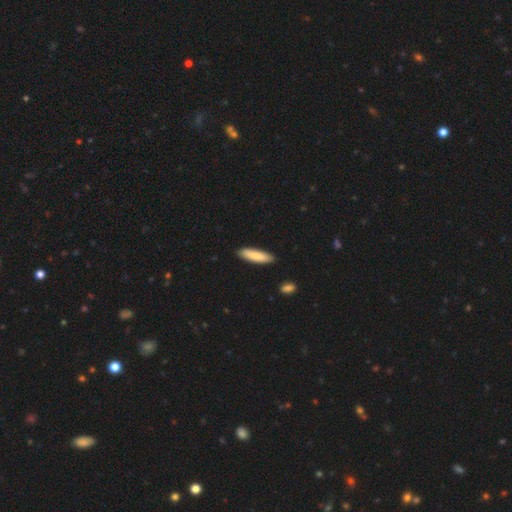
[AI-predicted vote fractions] Smooth or featured? smooth (85%)
How rounded? cigar-shaped (66%)
Merging? none (88%)